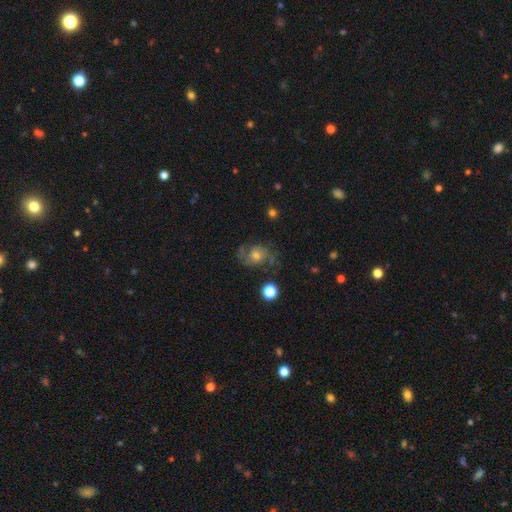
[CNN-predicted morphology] Q: Smooth or featured?
A: featured or disk (69%); runner-up: smooth (19%)
Q: Edge-on disk?
A: no (97%); runner-up: yes (3%)
Q: Bar?
A: no (71%); runner-up: weak (25%)
Q: Spiral arms?
A: yes (90%); runner-up: no (10%)
Q: Spiral winding?
A: medium (49%); runner-up: loose (27%)
Q: Spiral arm count?
A: 2 (78%); runner-up: can't tell (11%)
Q: Bulge size?
A: moderate (58%); runner-up: small (30%)
Q: Merging?
A: none (67%); runner-up: minor disturbance (18%)